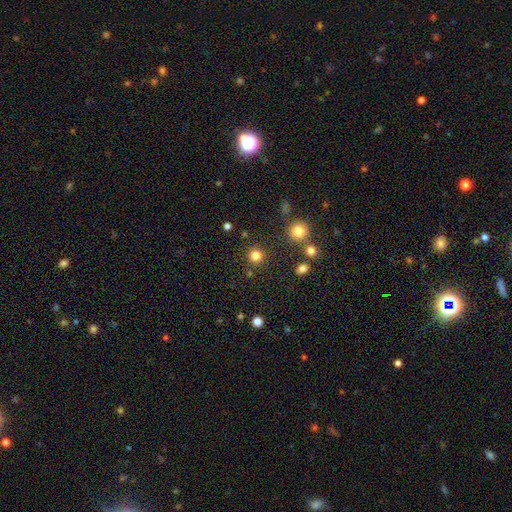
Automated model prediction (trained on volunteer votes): A smooth galaxy with no disk features (81%) that is round (95%).

Vote fractions:
- Smooth or featured? smooth: 81% / star or artifact: 14% / featured or disk: 4%
- How rounded? round: 95% / in between: 4% / cigar-shaped: 1%
- Merging? none: 89% / minor disturbance: 5% / merger: 3% / major disturbance: 3%